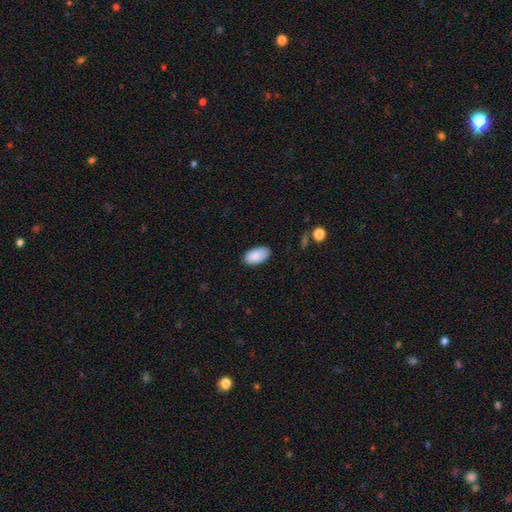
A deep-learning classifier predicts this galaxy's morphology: Smooth or featured: smooth — 89% (star or artifact — 7%)
How rounded: in between — 96% (round — 3%)
Merging: none — 84% (minor disturbance — 12%)